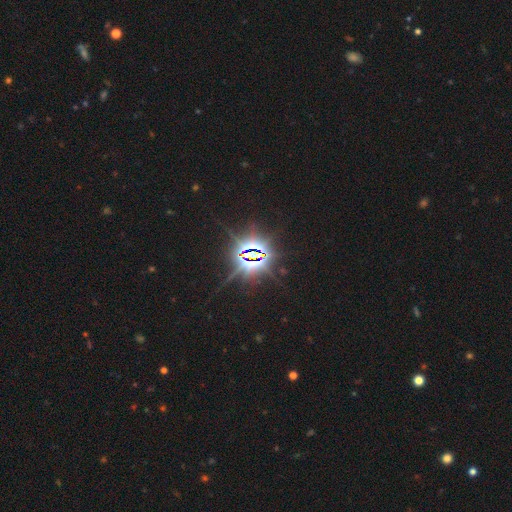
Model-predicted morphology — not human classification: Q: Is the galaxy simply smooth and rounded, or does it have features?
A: star or artifact — 87%.